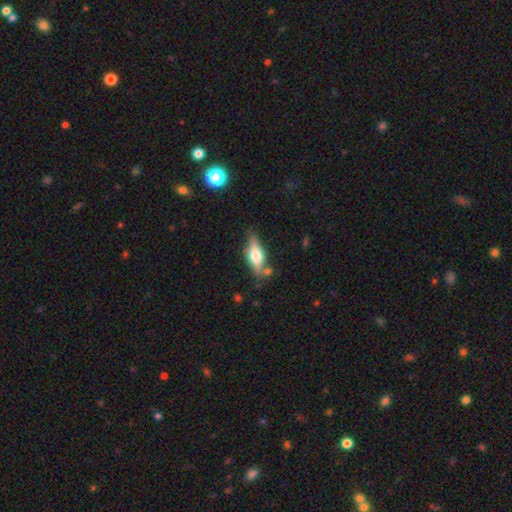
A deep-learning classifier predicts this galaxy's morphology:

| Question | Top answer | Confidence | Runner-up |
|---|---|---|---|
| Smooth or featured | featured or disk | 50% | smooth (42%) |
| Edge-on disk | yes | 88% | no (12%) |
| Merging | none | 73% | minor disturbance (16%) |